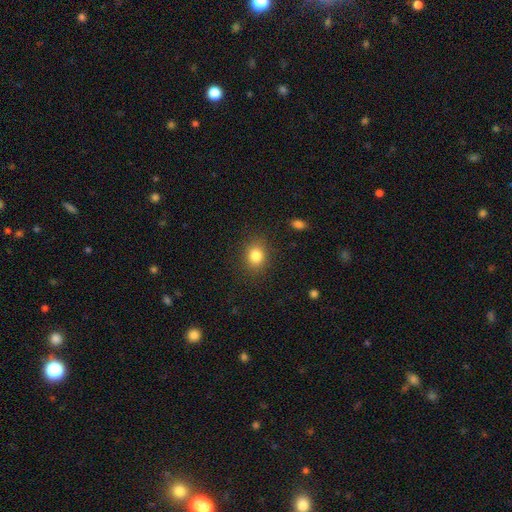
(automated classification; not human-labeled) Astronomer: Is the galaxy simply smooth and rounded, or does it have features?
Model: smooth — 83%.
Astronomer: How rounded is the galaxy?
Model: round — 55% (runner-up: in between, 44%).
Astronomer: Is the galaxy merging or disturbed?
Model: none — 87%.